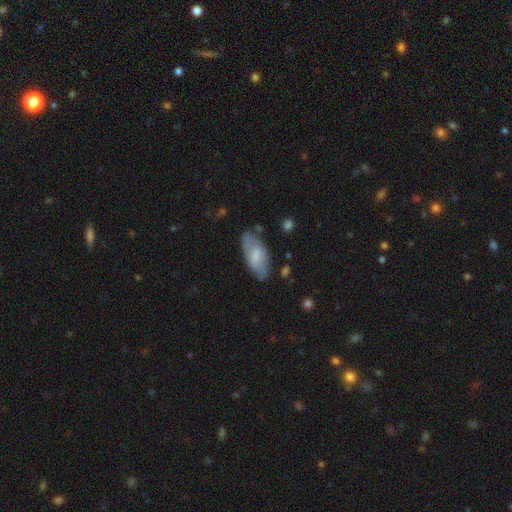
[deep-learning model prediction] A smooth galaxy with no disk features (63%) that is in between round and cigar-shaped (87%). Merging: none (67%).